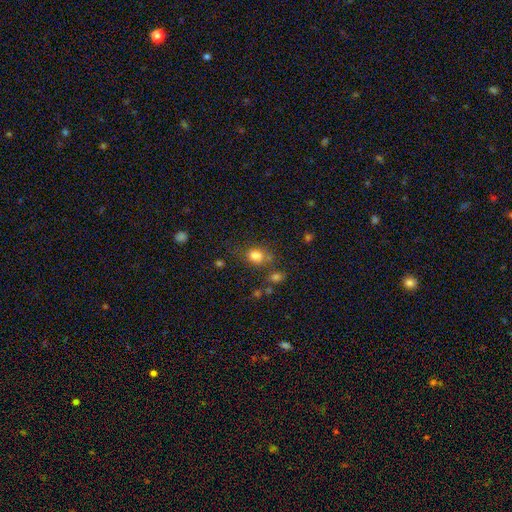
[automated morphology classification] type=smooth (80%); roundness=round (50%); merging=none (63%).